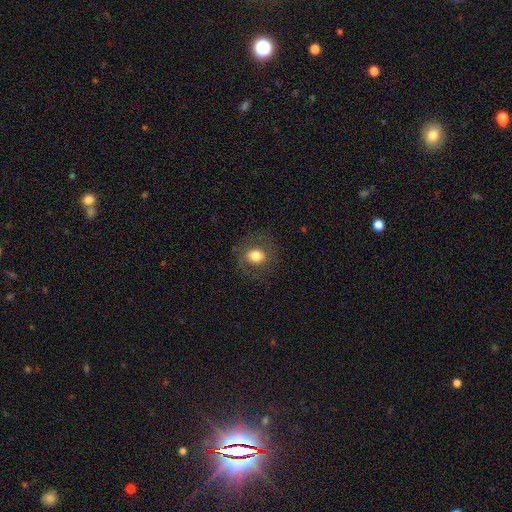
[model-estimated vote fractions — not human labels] A smooth galaxy with no disk features (71%) that is round (71%).

Vote fractions:
- Smooth or featured? smooth: 71% / featured or disk: 19% / star or artifact: 10%
- How rounded? round: 71% / in between: 28% / cigar-shaped: 1%
- Merging? none: 80% / minor disturbance: 12% / major disturbance: 7% / merger: 1%